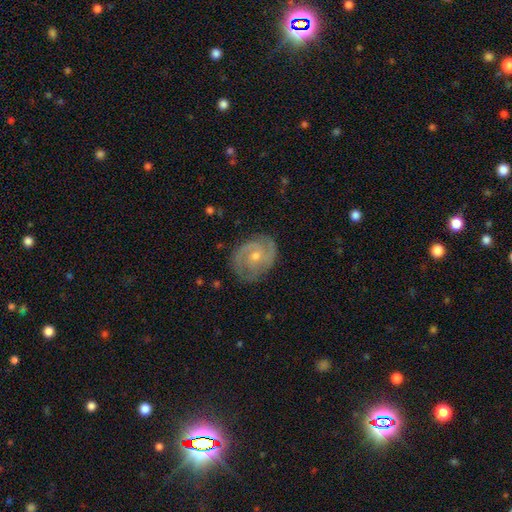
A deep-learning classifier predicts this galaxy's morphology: Smooth or featured? featured or disk (85%)
Edge-on disk? no (97%)
Bar? no (64%)
Spiral arms? yes (95%)
Spiral winding? tight (52%)
Spiral arm count? 2 (71%)
Bulge size? small (49%)
Merging? none (81%)